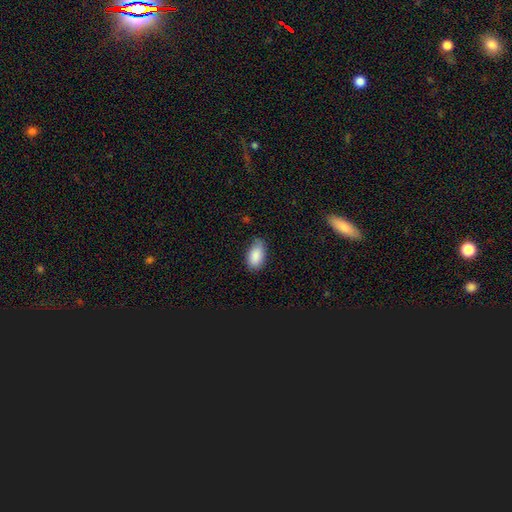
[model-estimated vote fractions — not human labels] Smooth or featured? Predicted: smooth (p=0.87). How rounded? Predicted: in between (p=0.93). Merging? Predicted: none (p=0.62).